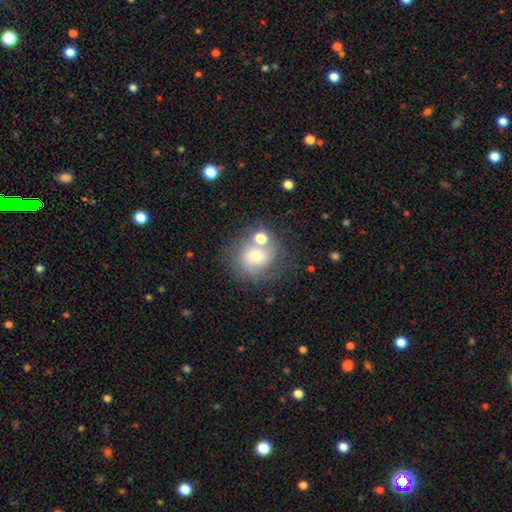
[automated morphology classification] A smooth galaxy with no disk features (57%) that is round (78%). Merging: none (53%).